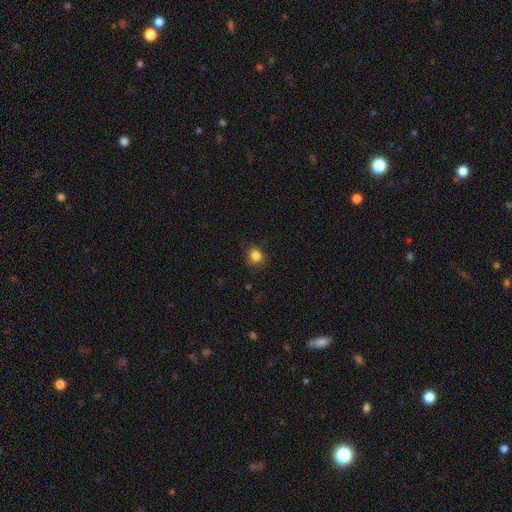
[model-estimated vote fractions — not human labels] Smooth or featured? smooth (84%)
How rounded? round (72%)
Merging? none (84%)